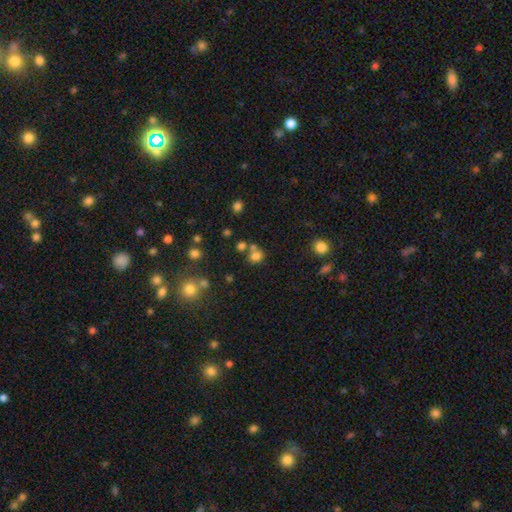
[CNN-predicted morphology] This is likely a smooth galaxy (75%). How rounded: likely round (74%). Merging: possibly none (55%).